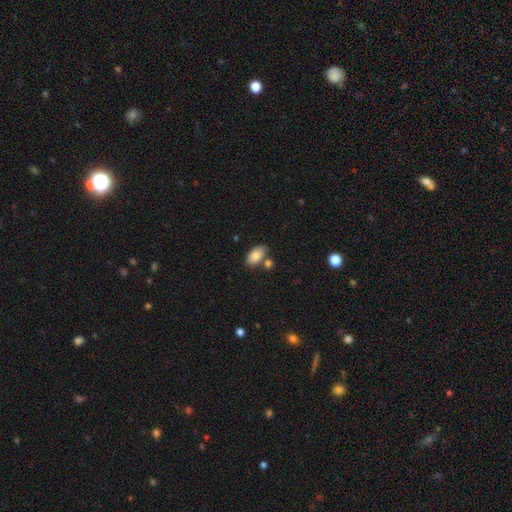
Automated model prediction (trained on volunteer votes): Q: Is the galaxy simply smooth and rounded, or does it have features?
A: smooth — 84%.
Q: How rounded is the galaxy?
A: in between — 93%.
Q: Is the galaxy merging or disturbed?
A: none — 67%.